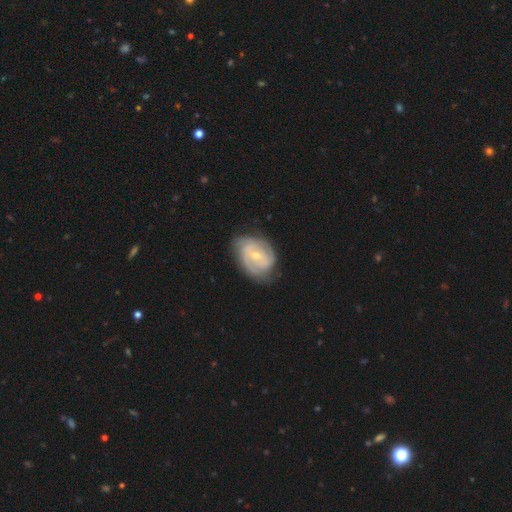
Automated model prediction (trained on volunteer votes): featured or disk 81%, smooth 14%, star or artifact 5%. Down the decision tree: edge-on disk — no (97%); bar — no (45%); spiral arms — yes (94%); spiral arm count — 2 (40%); spiral winding — tight (63%); bulge size — small (60%); merging — none (70%).